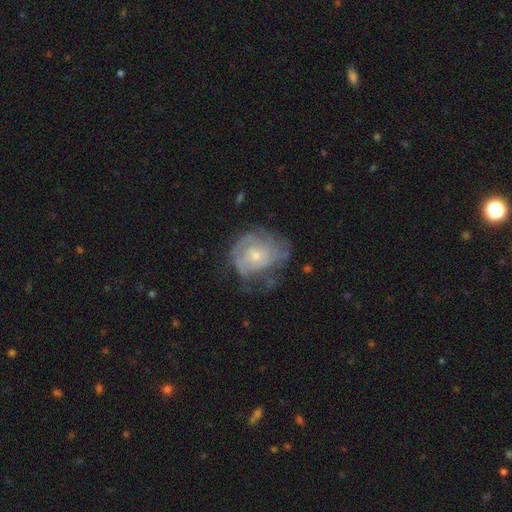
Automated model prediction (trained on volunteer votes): featured or disk 69%, smooth 24%, star or artifact 7%. Down the decision tree: edge-on disk — no (97%); bar — no (80%); spiral arms — yes (77%); spiral arm count — can't tell (49%); spiral winding — tight (57%); bulge size — small (60%); merging — none (49%).